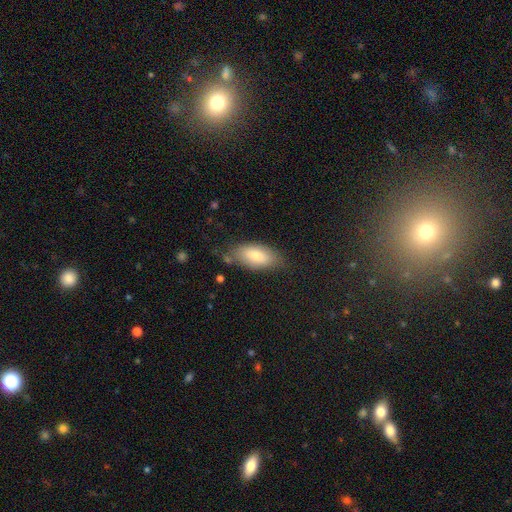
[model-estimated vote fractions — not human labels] smooth_or_featured: smooth (p=0.78) [alt: featured or disk p=0.15]
how_rounded: in between (p=0.88) [alt: cigar-shaped p=0.08]
merging: none (p=0.70) [alt: minor disturbance p=0.21]